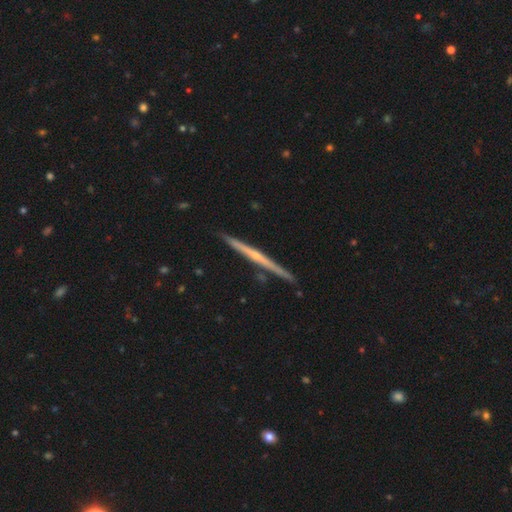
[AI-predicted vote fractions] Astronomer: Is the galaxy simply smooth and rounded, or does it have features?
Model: featured or disk — 77%.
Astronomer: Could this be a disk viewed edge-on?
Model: yes — 98%.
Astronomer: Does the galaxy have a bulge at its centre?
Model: rounded — 53% (runner-up: none, 42%).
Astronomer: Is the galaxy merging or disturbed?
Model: none — 89%.